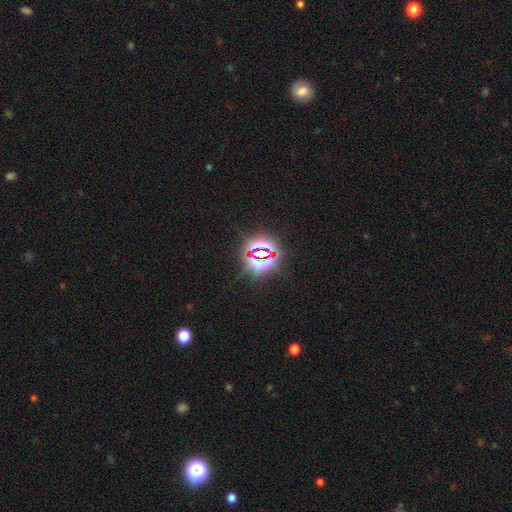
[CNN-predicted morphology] Smooth or featured: star or artifact — 80% (smooth — 12%)